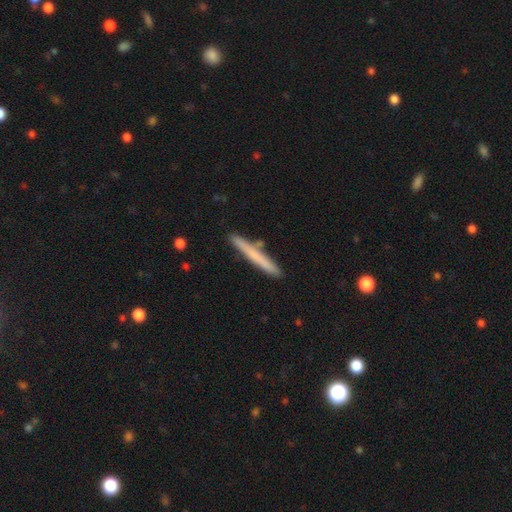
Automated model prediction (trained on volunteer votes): This is likely a smooth galaxy (64%). How rounded: clearly cigar-shaped (97%). Merging: clearly none (86%).